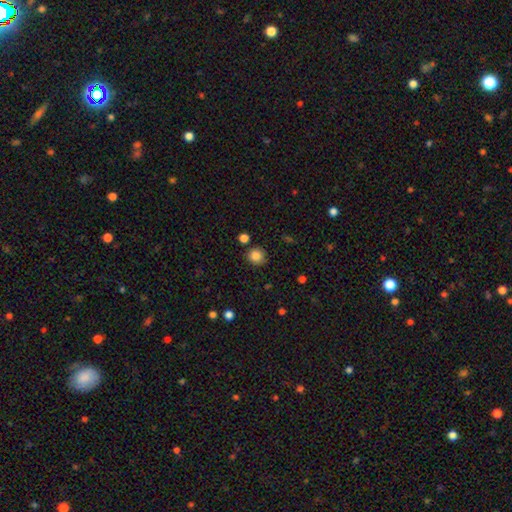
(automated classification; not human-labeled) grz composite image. It shows a smooth galaxy with no disk features (85%) that is round (91%). Merging: none (85%).